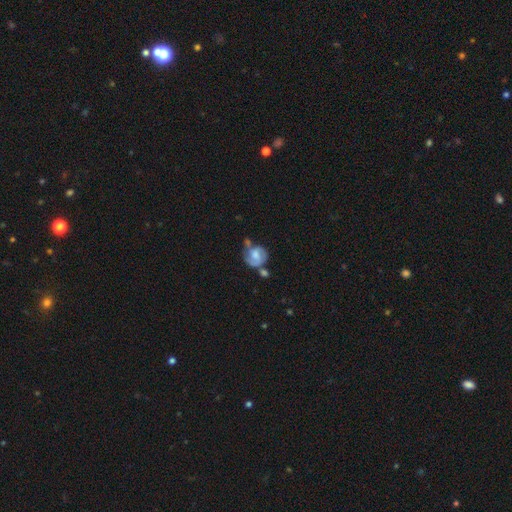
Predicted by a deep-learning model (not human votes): Smooth or featured?
  - featured or disk: 59% *
  - smooth: 34%
  - star or artifact: 7%
Edge-on disk?
  - no: 98% *
  - yes: 2%
Bar?
  - no: 53% *
  - weak: 39%
  - strong: 9%
Spiral arms?
  - yes: 81% *
  - no: 19%
Bulge size?
  - moderate: 45% *
  - small: 26%
  - none: 15%
  - large: 13%
  - dominant: 2%
Merging?
  - none: 38% *
  - minor disturbance: 24%
  - merger: 22%
  - major disturbance: 16%